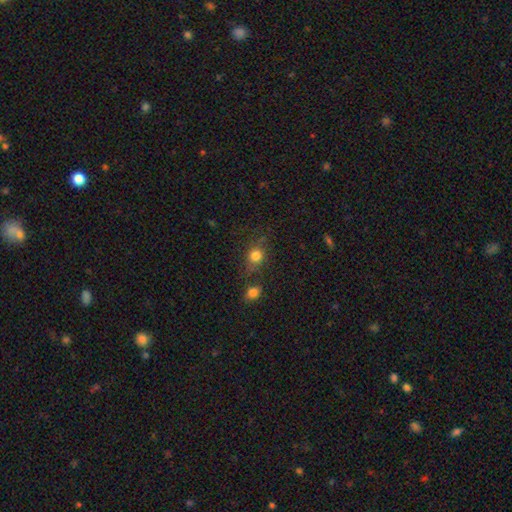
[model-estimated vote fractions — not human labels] smooth_or_featured: smooth (p=0.78) [alt: star or artifact p=0.14]
how_rounded: round (p=0.75) [alt: in between p=0.23]
merging: none (p=0.67) [alt: minor disturbance p=0.16]